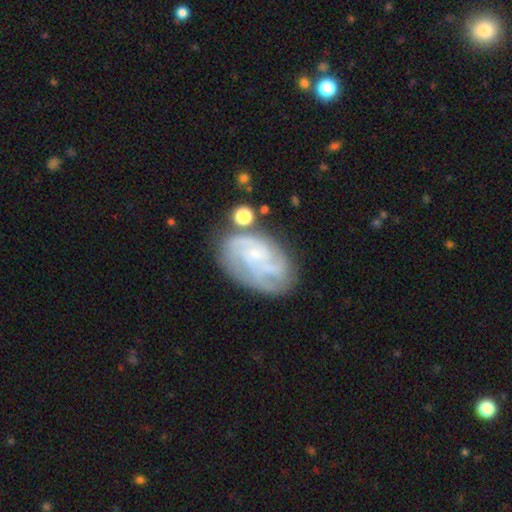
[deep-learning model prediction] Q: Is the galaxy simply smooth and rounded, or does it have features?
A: featured or disk — 81%.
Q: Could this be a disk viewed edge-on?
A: no — 97%.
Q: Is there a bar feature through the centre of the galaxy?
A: no — 68%.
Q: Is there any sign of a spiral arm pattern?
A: yes — 94%.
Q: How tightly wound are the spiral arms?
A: tight — 54%.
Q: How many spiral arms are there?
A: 3 — 31%.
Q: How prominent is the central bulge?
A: small — 77%.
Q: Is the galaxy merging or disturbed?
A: none — 64%.